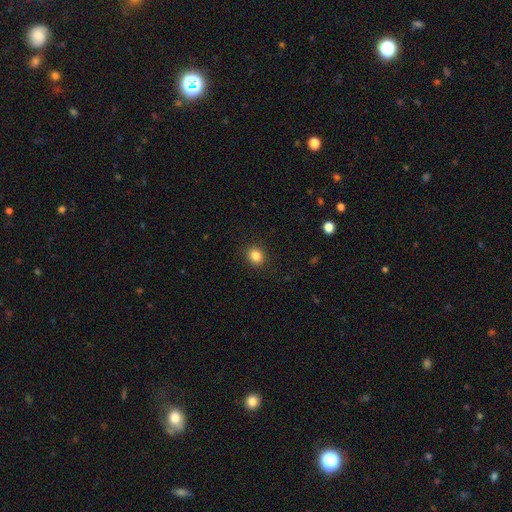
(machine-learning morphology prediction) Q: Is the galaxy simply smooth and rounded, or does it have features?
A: smooth — 84%.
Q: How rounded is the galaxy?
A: round — 69%.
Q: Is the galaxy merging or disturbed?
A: none — 90%.